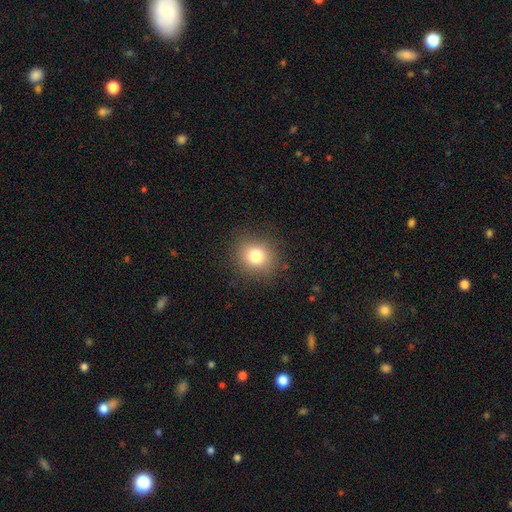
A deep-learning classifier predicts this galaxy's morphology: Q: Smooth or featured?
A: smooth (79%); runner-up: star or artifact (13%)
Q: How rounded?
A: round (81%); runner-up: in between (18%)
Q: Merging?
A: none (89%); runner-up: minor disturbance (7%)